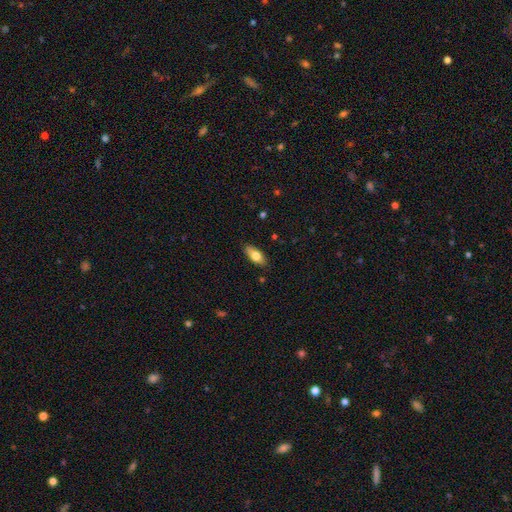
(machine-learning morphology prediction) Smooth or featured: smooth — 73% (featured or disk — 21%)
How rounded: in between — 81% (cigar-shaped — 16%)
Merging: none — 85% (minor disturbance — 12%)